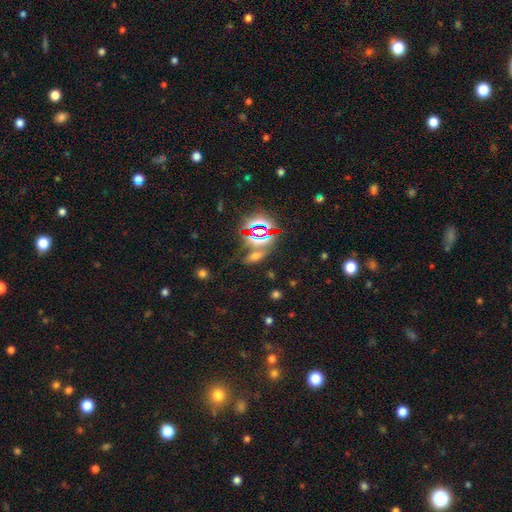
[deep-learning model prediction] smooth-or-featured: star or artifact: 47% | smooth: 40% | featured or disk: 12%